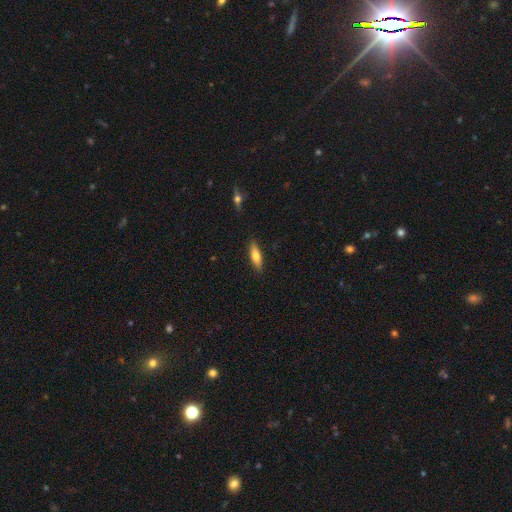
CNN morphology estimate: This appears to be a smooth galaxy with no disk features (63%) that is cigar-shaped (54%). Merging: none (88%).